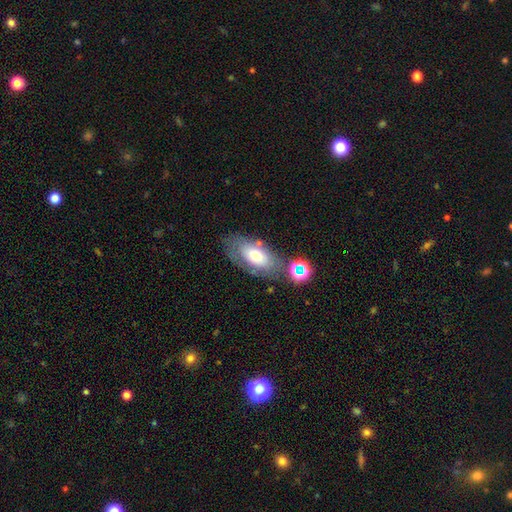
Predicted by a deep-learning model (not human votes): smooth_or_featured: smooth (p=0.62) [alt: featured or disk p=0.27]
how_rounded: in between (p=0.90) [alt: round p=0.05]
merging: none (p=0.65) [alt: minor disturbance p=0.18]